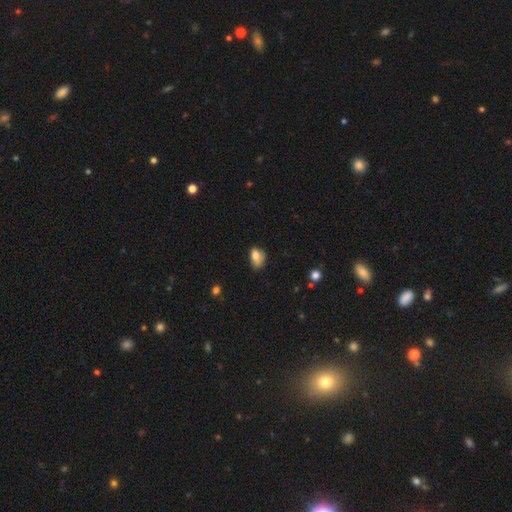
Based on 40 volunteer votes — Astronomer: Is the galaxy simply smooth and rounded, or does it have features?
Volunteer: smooth — 72%.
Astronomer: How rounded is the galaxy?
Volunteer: in between — 76%.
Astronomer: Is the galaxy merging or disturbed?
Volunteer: minor disturbance — 42% (runner-up: none, 31%).